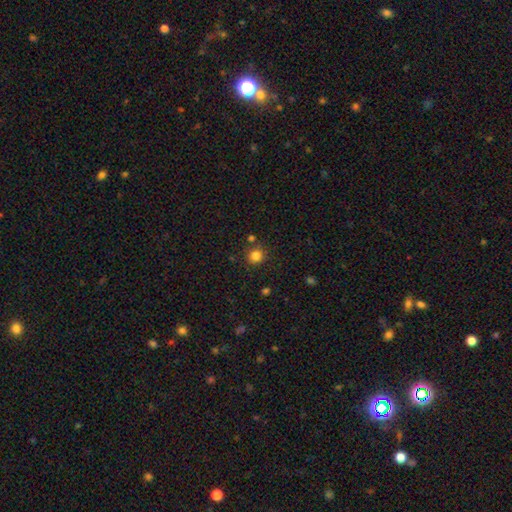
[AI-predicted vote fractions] Smooth or featured: smooth — 83% (star or artifact — 13%)
How rounded: round — 91% (in between — 8%)
Merging: none — 82% (minor disturbance — 9%)